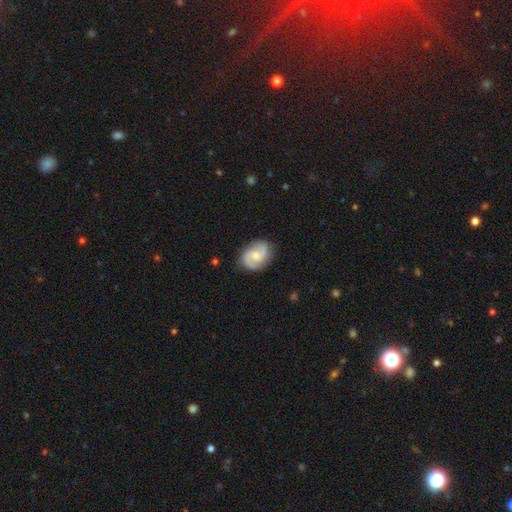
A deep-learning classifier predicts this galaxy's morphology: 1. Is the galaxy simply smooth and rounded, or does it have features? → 78% featured or disk, 16% smooth, 5% star or artifact.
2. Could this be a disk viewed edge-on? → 98% no, 2% yes.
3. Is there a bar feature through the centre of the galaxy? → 51% no, 43% weak, 7% strong.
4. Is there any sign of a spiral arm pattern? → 96% yes, 4% no.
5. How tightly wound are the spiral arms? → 51% medium, 25% tight, 24% loose.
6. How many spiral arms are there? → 90% 2, 4% can't tell, 2% 3, 2% 1, 1% 4, 1% more than 4.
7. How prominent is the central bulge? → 49% moderate, 40% small, 6% none, 4% large, 1% dominant.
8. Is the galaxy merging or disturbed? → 82% none, 13% minor disturbance, 4% major disturbance, 1% merger.